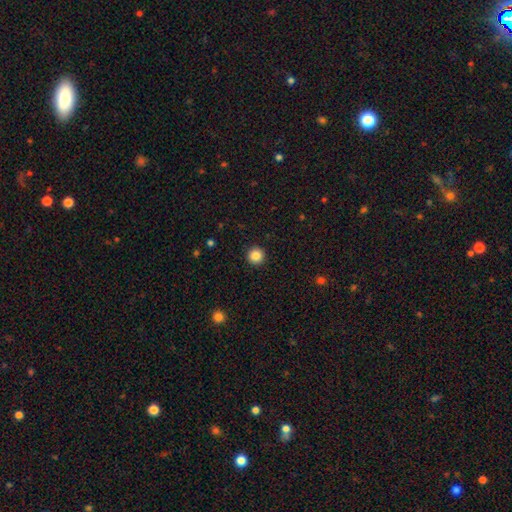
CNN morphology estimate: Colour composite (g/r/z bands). It shows a smooth galaxy with no disk features (85%) that is round (96%). Merging: none (93%).